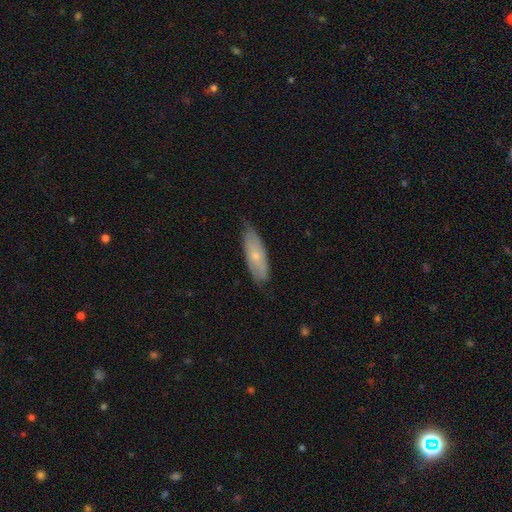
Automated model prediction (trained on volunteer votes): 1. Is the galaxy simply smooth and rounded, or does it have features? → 53% smooth, 40% featured or disk, 6% star or artifact.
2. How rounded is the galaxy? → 61% in between, 37% cigar-shaped, 2% round.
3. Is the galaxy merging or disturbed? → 73% none, 22% minor disturbance, 4% major disturbance, 1% merger.